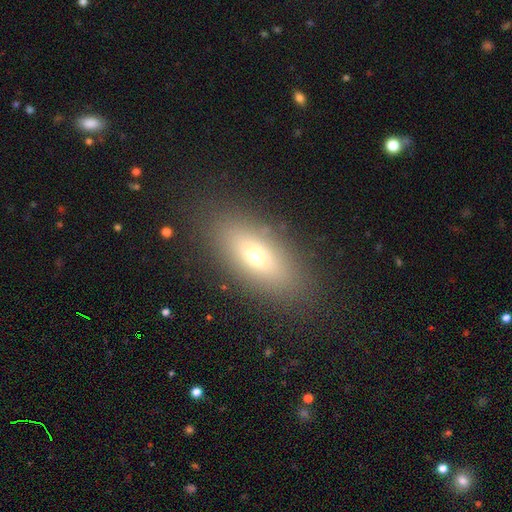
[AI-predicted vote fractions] A smooth galaxy with no disk features (63%) that is in between round and cigar-shaped (74%).

Vote fractions:
- Smooth or featured? smooth: 63% / featured or disk: 23% / star or artifact: 13%
- How rounded? in between: 74% / cigar-shaped: 19% / round: 7%
- Merging? none: 85% / minor disturbance: 9% / major disturbance: 4% / merger: 1%